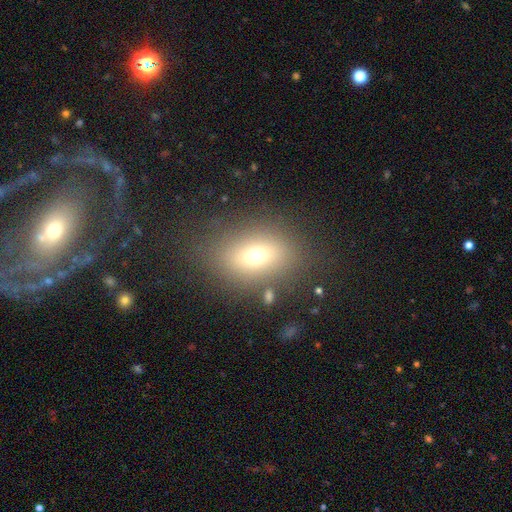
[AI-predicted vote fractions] Smooth or featured: smooth — 66% (featured or disk — 18%)
How rounded: in between — 71% (round — 25%)
Merging: none — 79% (minor disturbance — 11%)